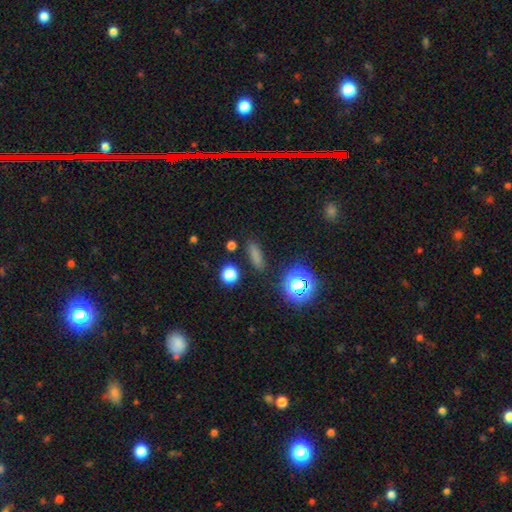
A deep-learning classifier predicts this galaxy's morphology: This is likely a smooth galaxy (73%). How rounded: possibly cigar-shaped (55%). Merging: clearly none (84%).